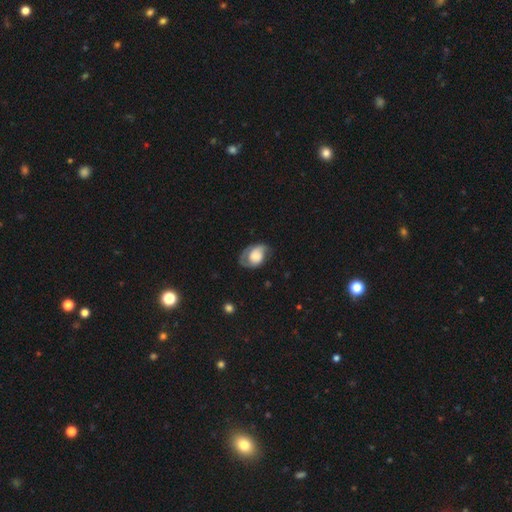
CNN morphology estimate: A featured or disk galaxy (54%) with no bar (74%), spiral arms (82%) and a large central bulge (42%). Merging: none (46%).